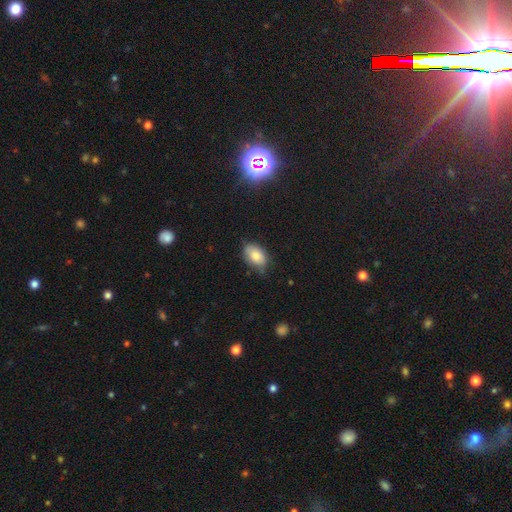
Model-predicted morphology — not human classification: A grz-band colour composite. It shows a smooth galaxy with no disk features (80%) that is in between round and cigar-shaped (87%). Merging: none (66%).